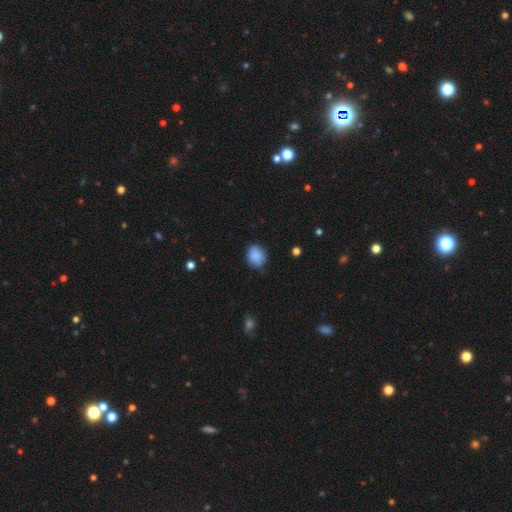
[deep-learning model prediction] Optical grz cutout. It shows a smooth galaxy with no disk features (88%) that is round (63%). Merging: none (76%).